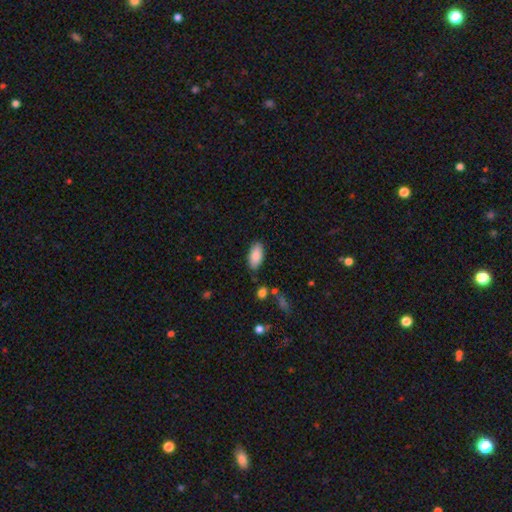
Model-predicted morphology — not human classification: Smooth or featured? smooth (87%)
How rounded? in between (92%)
Merging? none (83%)